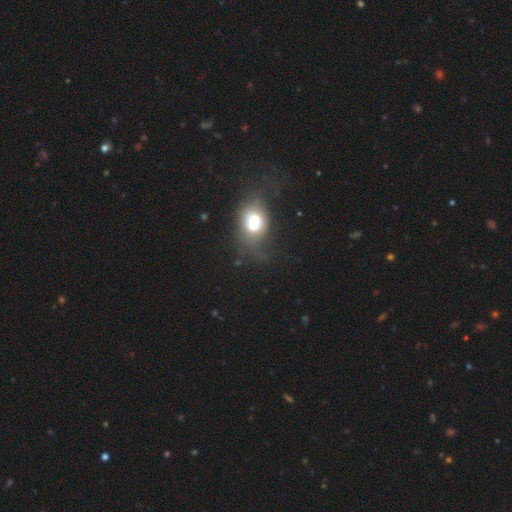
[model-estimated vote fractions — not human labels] This is possibly a smooth galaxy (53%). How rounded: possibly in between (55%). Merging: likely none (68%).